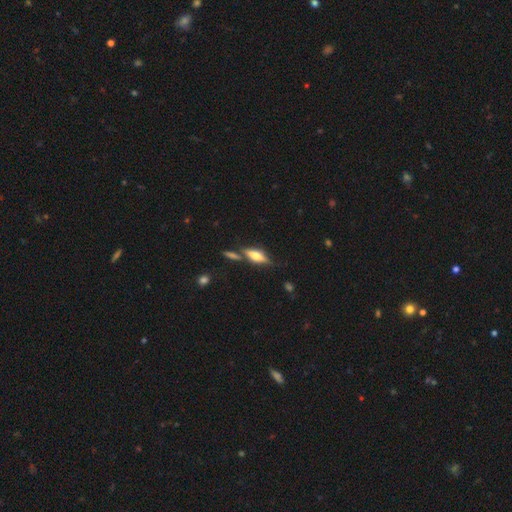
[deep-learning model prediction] Smooth or featured? Predicted: featured or disk (p=0.53). Edge-on disk? Predicted: yes (p=0.92). Merging? Predicted: none (p=0.68).